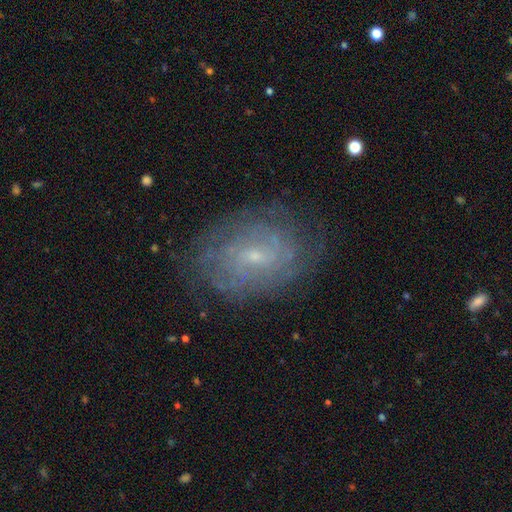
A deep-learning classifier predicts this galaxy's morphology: A featured or disk galaxy (73%) with no bar (47%), tight (64%) spiral arms (83%) and a small central bulge (80%). Merging: none (77%).